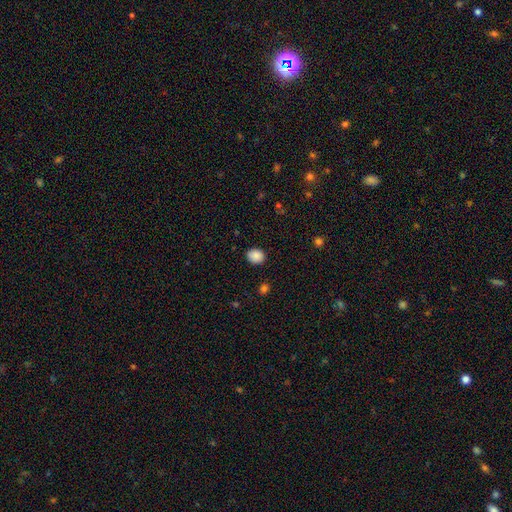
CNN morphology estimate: Smooth or featured? smooth (88%)
How rounded? round (55%)
Merging? none (86%)